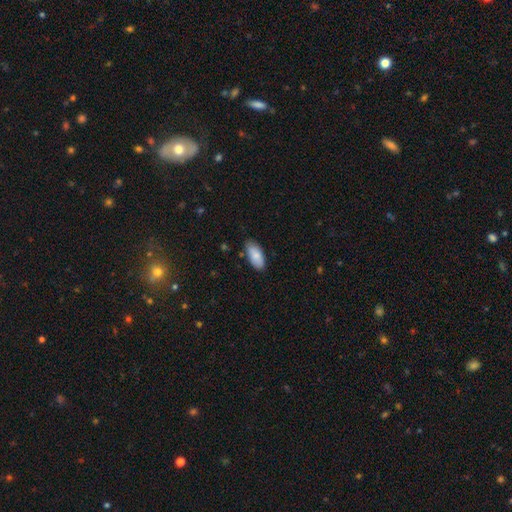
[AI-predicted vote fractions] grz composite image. It shows a smooth galaxy with no disk features (85%) that is in between round and cigar-shaped (92%). Merging: none (79%).